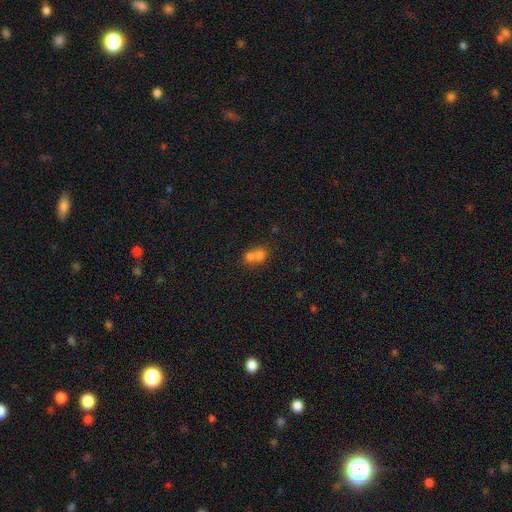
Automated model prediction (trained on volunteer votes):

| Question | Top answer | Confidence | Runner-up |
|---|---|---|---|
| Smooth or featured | smooth | 71% | featured or disk (17%) |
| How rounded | round | 66% | in between (33%) |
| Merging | merger | 69% | none (23%) |